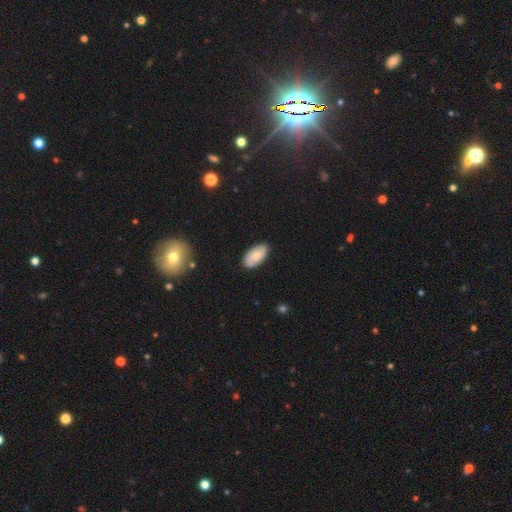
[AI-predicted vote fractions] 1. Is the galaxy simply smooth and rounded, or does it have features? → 79% smooth, 14% featured or disk, 7% star or artifact.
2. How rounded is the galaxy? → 95% in between, 3% cigar-shaped, 2% round.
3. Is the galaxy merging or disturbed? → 83% none, 13% minor disturbance, 2% major disturbance, 1% merger.